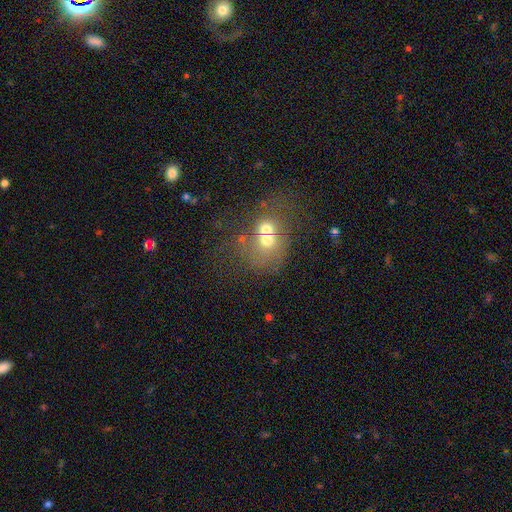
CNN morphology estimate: Smooth or featured? smooth (42%)
Merging? merger (43%)